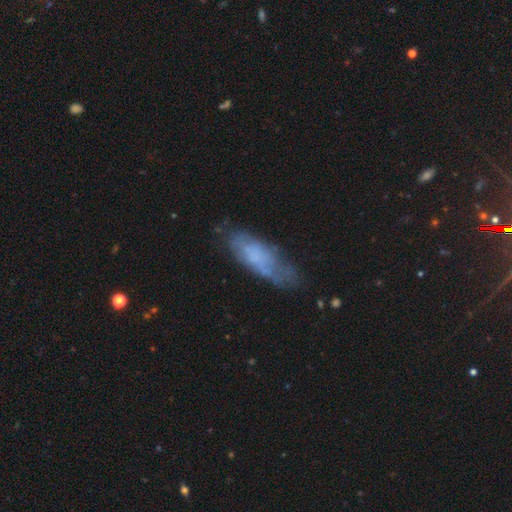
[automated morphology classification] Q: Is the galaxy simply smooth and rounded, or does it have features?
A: smooth — 51%.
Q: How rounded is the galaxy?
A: in between — 57%.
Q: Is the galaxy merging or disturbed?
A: none — 56%.